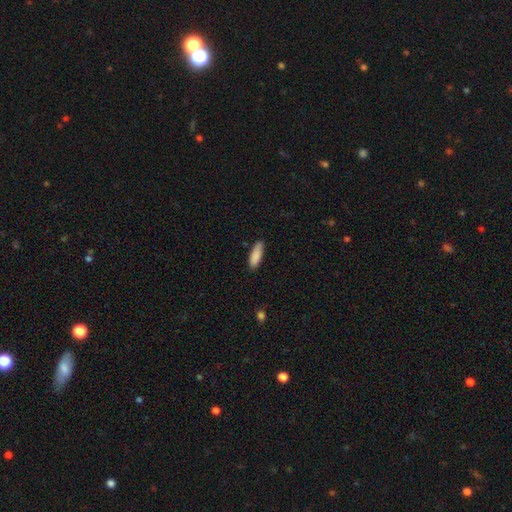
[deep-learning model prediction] Smooth or featured? Predicted: smooth (p=0.89). How rounded? Predicted: in between (p=0.51). Merging? Predicted: none (p=0.83).